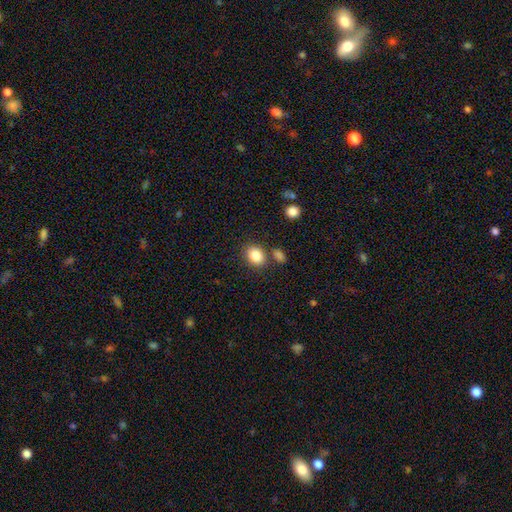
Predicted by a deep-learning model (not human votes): Smooth or featured?
  - smooth: 85% *
  - star or artifact: 9%
  - featured or disk: 5%
How rounded?
  - round: 51% *
  - in between: 48%
  - cigar-shaped: 1%
Merging?
  - none: 76% *
  - minor disturbance: 11%
  - merger: 10%
  - major disturbance: 3%